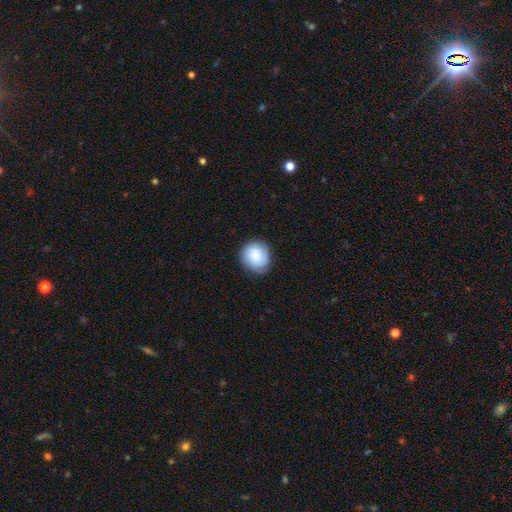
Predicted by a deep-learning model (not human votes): smooth_or_featured: smooth (p=0.85) [alt: featured or disk p=0.09]
how_rounded: round (p=0.82) [alt: in between p=0.17]
merging: none (p=0.83) [alt: minor disturbance p=0.13]